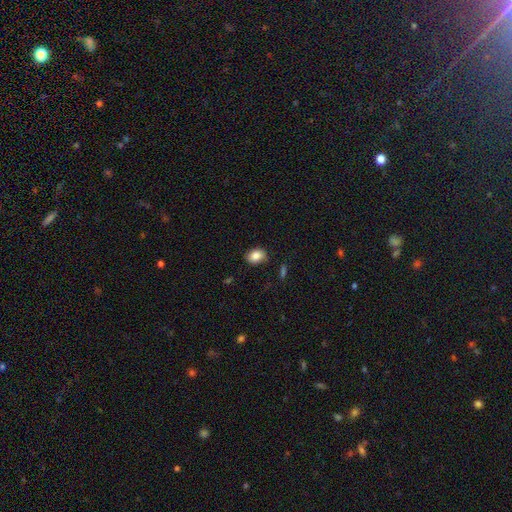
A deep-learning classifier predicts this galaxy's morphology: The model was most divided on "how rounded": in between: 72%, round: 27%, cigar-shaped: 1%. More confident: smooth or featured — smooth (85%); merging — none (83%).